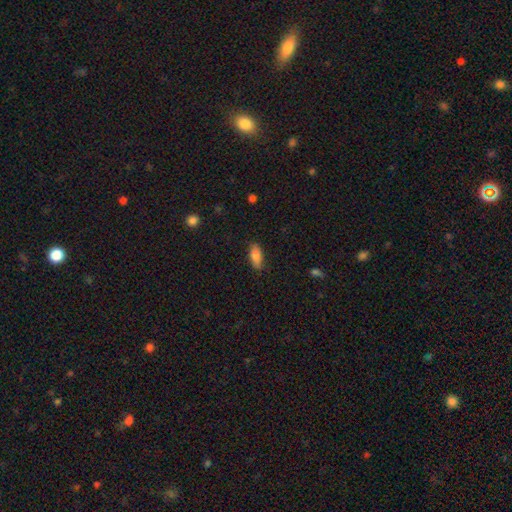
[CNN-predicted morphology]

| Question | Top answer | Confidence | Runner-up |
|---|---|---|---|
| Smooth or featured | smooth | 83% | featured or disk (10%) |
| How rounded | in between | 83% | cigar-shaped (14%) |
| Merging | none | 85% | minor disturbance (12%) |